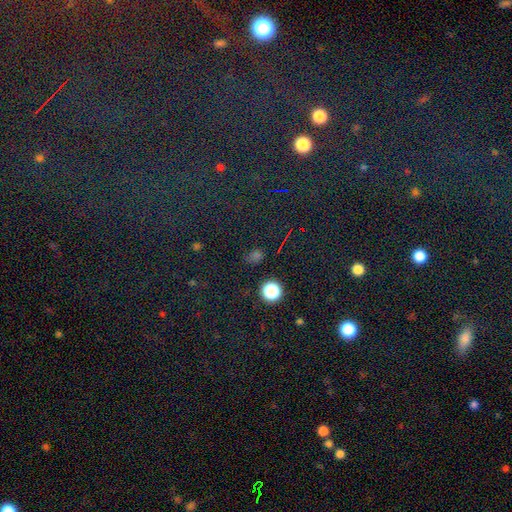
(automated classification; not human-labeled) Morphology: type=star or artifact (61%).